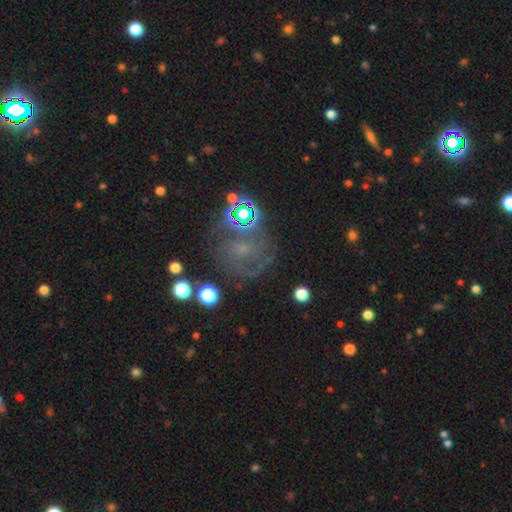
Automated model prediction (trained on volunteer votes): Smooth or featured? star or artifact (49%)